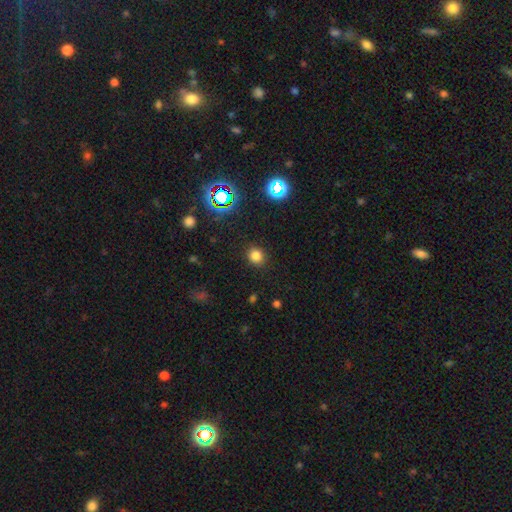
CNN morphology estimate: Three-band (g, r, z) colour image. It shows a smooth galaxy with no disk features (78%) that is round (83%). Merging: none (90%).